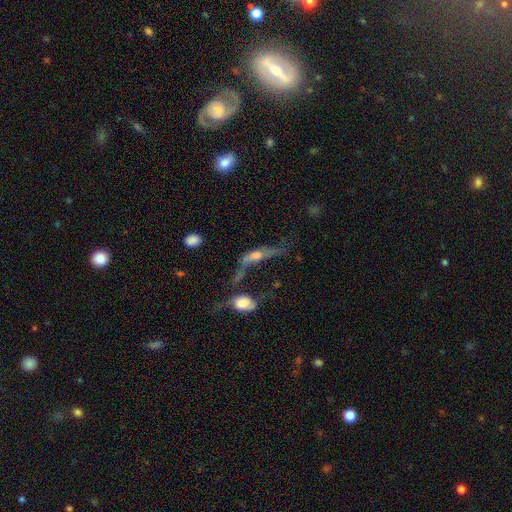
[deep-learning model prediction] Overall: featured or disk (57%; smooth 28%). Edge-on disk: no (54%; yes 46%). Merging: merger (33%; major disturbance 30%).